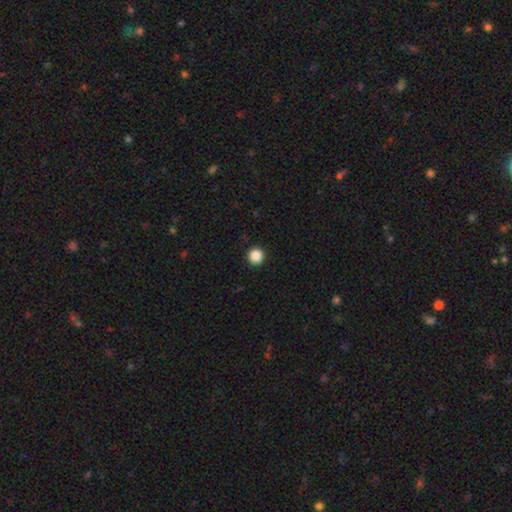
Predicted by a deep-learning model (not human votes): This appears to be a smooth galaxy with no disk features (87%) that is round (96%). Merging: none (93%).